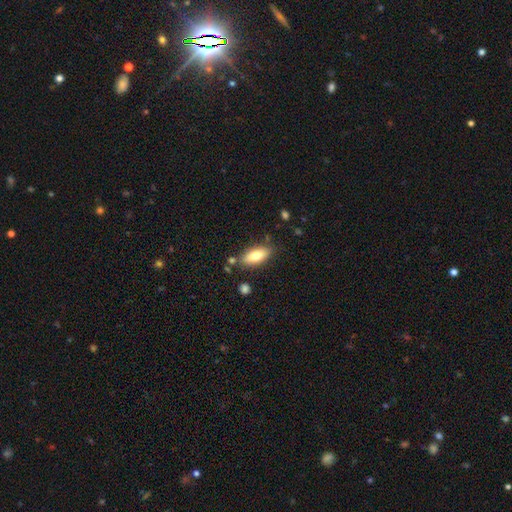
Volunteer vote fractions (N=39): Overall: smooth (62%; featured or disk 28%). How rounded: in between (100%). Merging: none (71%).